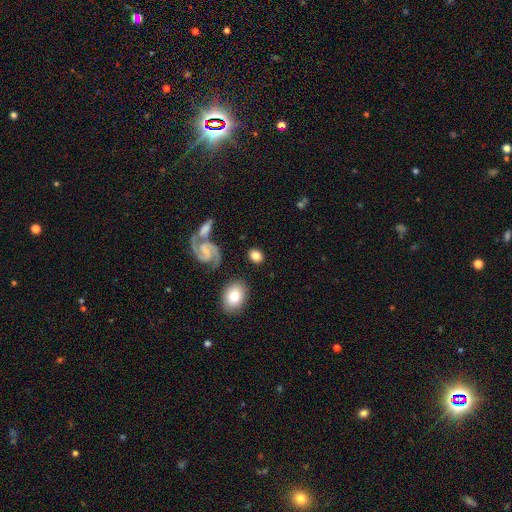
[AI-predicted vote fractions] The model was most divided on "how rounded": in between: 54%, round: 44%, cigar-shaped: 2%. More confident: merging — none (80%); smooth or featured — smooth (69%).